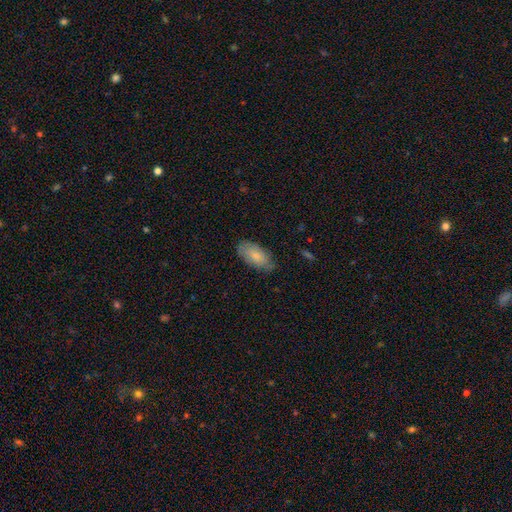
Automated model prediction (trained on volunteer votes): Morphology: type=smooth (76%); roundness=in between (92%); merging=none (74%).